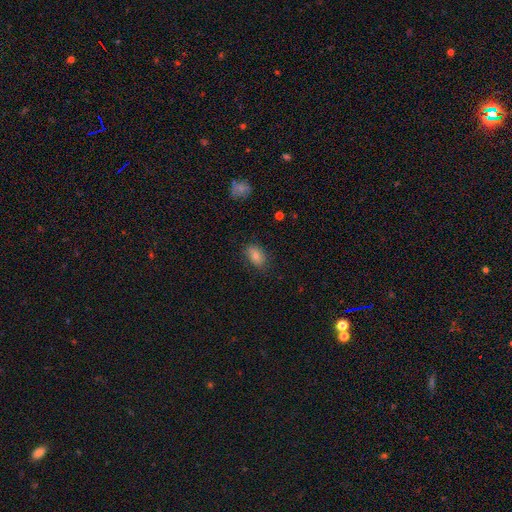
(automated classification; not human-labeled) smooth_or_featured: smooth (p=0.77) [alt: featured or disk p=0.14]
how_rounded: in between (p=0.86) [alt: round p=0.13]
merging: none (p=0.77) [alt: minor disturbance p=0.18]